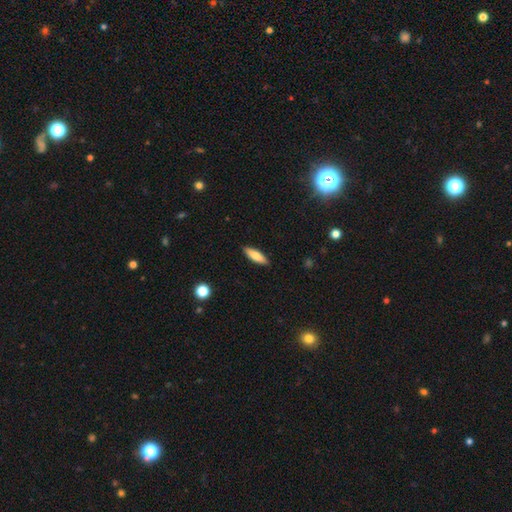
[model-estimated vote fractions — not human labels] A smooth galaxy with no disk features (77%) that is cigar-shaped (52%). Merging: none (89%).